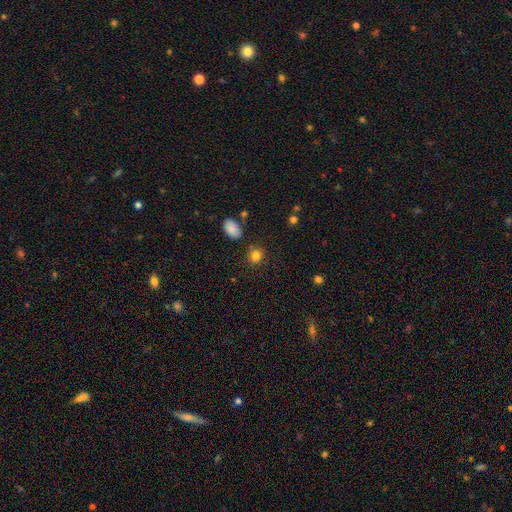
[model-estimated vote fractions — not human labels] smooth_or_featured: smooth (p=0.84) [alt: star or artifact p=0.12]
how_rounded: round (p=0.73) [alt: in between p=0.26]
merging: none (p=0.82) [alt: minor disturbance p=0.11]